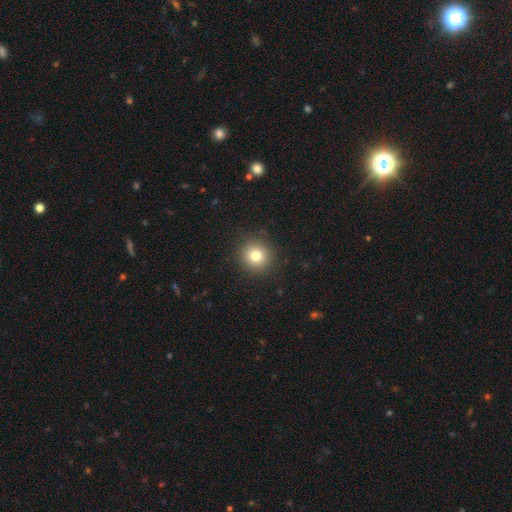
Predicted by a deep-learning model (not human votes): smooth-or-featured: smooth: 79% | star or artifact: 12% | featured or disk: 8%
  how-rounded: round: 92% | in between: 7% | cigar-shaped: 1%
  merging: none: 91% | minor disturbance: 6% | major disturbance: 2% | merger: 1%